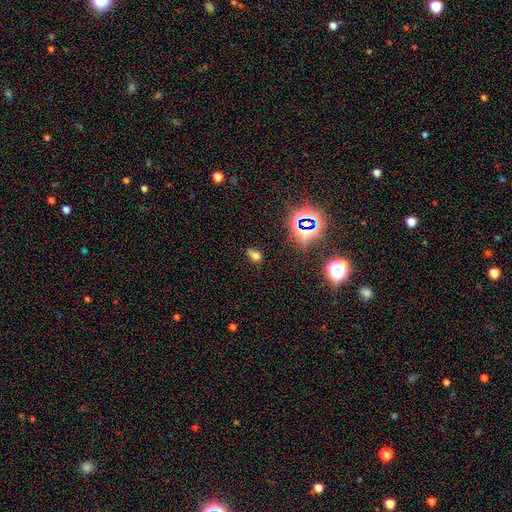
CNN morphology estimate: This is likely a smooth galaxy (65%). How rounded: clearly in between (83%). Merging: likely none (72%).